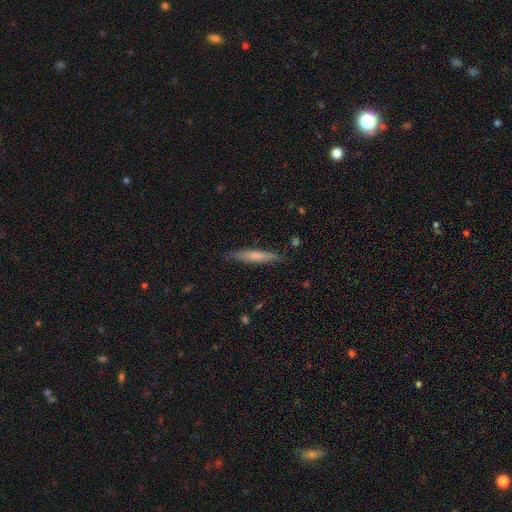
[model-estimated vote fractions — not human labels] Overall: smooth (59%; featured or disk 35%). How rounded: cigar-shaped (92%). Merging: none (86%).